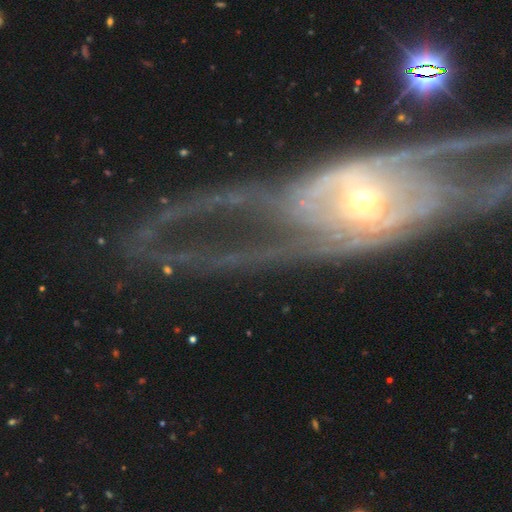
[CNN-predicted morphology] Overall: featured or disk (80%). Edge-on disk: no (86%). Bar: no (51%; weak 26%). Spiral arms: yes (72%). Bulge size: moderate (54%; small 32%). Merging: none (57%; major disturbance 25%).